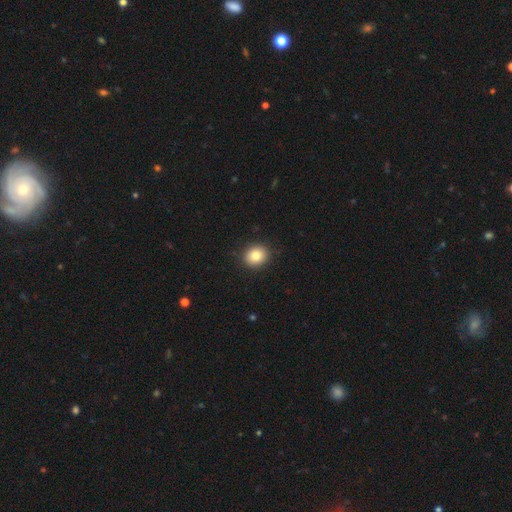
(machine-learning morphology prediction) This is clearly a smooth galaxy (83%). How rounded: likely round (71%). Merging: clearly none (90%).